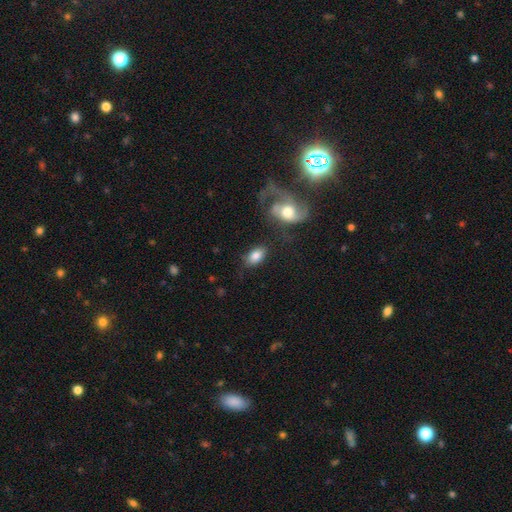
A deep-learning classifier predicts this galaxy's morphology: Smooth or featured? smooth (80%)
How rounded? in between (89%)
Merging? none (71%)